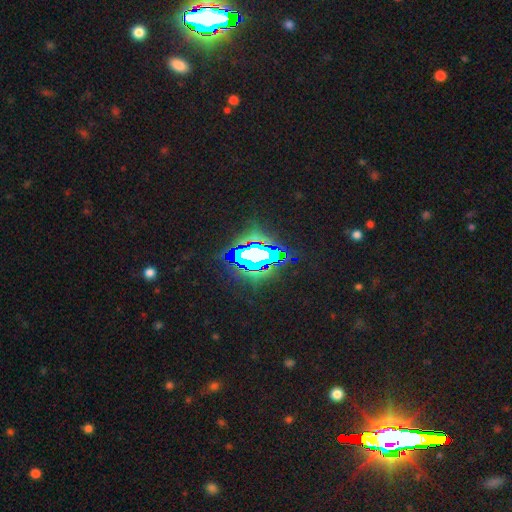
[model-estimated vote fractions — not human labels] This is likely a star or artifact rather than a galaxy (67%).